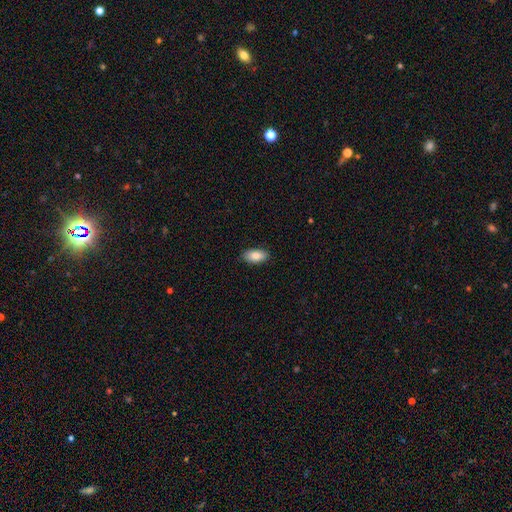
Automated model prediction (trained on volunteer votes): Smooth or featured: smooth — 86% (featured or disk — 7%)
How rounded: in between — 93% (cigar-shaped — 4%)
Merging: none — 88% (minor disturbance — 9%)